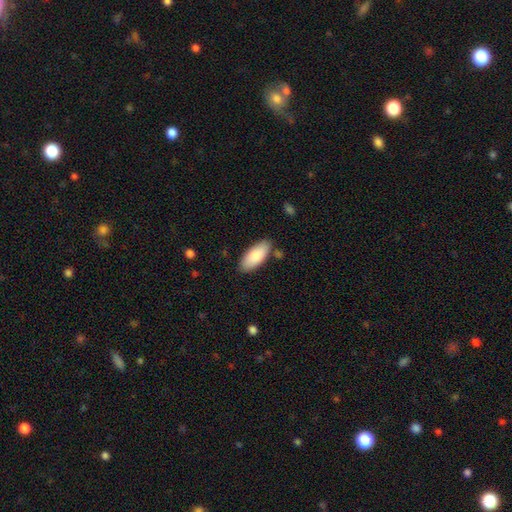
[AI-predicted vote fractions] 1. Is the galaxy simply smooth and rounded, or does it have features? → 85% smooth, 10% featured or disk, 6% star or artifact.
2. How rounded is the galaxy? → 85% in between, 14% cigar-shaped, 2% round.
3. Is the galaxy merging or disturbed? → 82% none, 12% minor disturbance, 3% merger, 2% major disturbance.